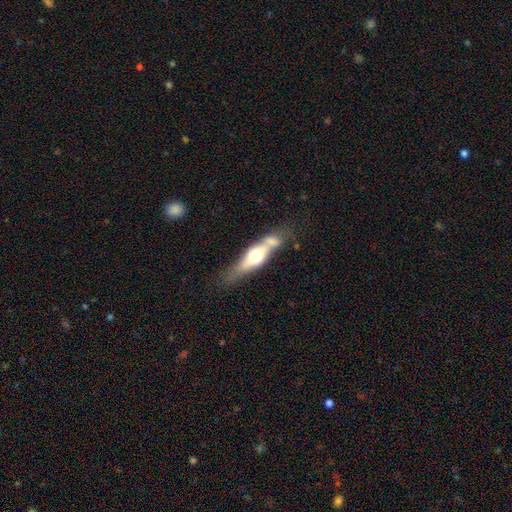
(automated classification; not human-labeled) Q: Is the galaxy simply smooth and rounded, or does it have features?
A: featured or disk — 53%.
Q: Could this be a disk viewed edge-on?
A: yes — 74%.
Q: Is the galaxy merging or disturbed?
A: none — 39%.